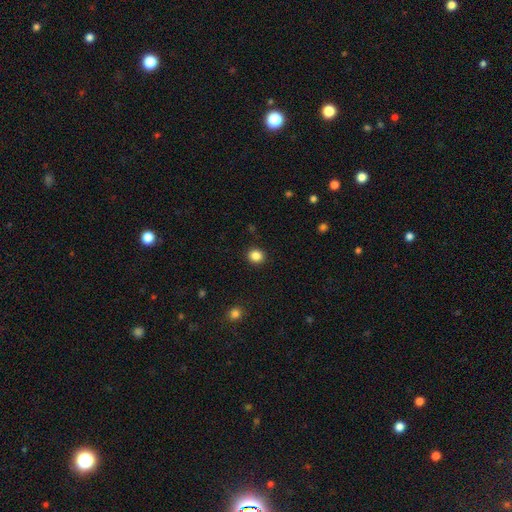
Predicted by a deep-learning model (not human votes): Smooth or featured: smooth — 85% (star or artifact — 11%)
How rounded: round — 84% (in between — 15%)
Merging: none — 92% (minor disturbance — 5%)